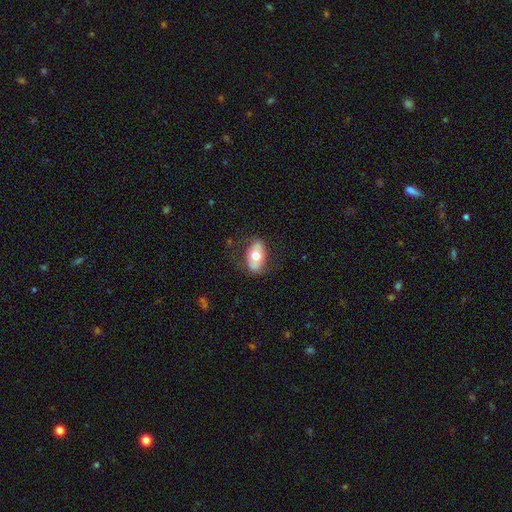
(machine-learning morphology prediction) smooth_or_featured: smooth (p=0.61) [alt: featured or disk p=0.32]
how_rounded: in between (p=0.91) [alt: round p=0.06]
merging: none (p=0.76) [alt: minor disturbance p=0.17]